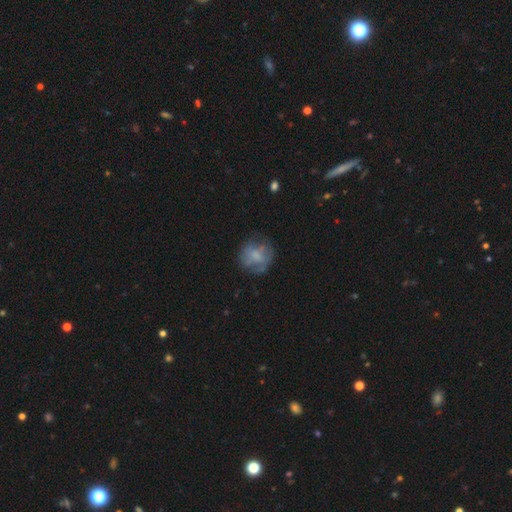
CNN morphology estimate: Smooth or featured?
  - smooth: 54% *
  - featured or disk: 37%
  - star or artifact: 9%
How rounded?
  - round: 82% *
  - in between: 17%
  - cigar-shaped: 1%
Merging?
  - none: 64% *
  - minor disturbance: 21%
  - major disturbance: 13%
  - merger: 2%